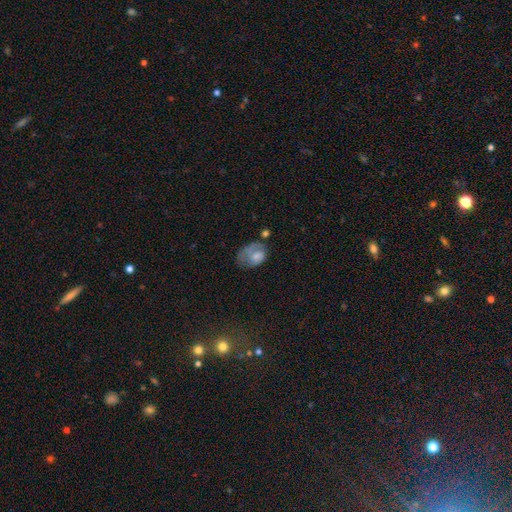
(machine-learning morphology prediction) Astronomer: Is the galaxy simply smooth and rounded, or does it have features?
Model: smooth — 58%.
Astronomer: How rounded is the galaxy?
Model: in between — 75%.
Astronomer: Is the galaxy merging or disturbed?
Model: none — 33%, tied with major disturbance at 33%.